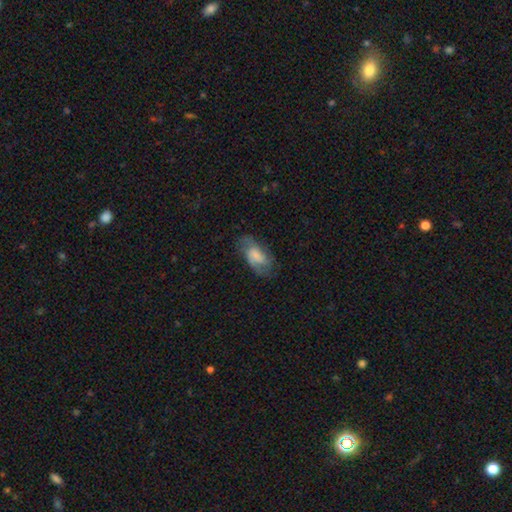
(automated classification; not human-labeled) Morphology: type=smooth (54%); roundness=in between (91%); merging=none (58%).